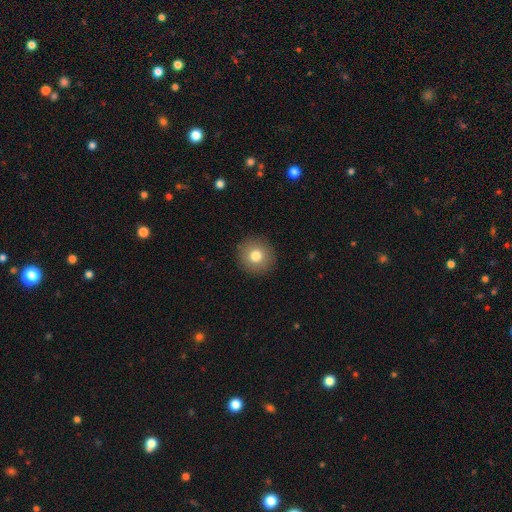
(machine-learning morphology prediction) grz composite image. It shows a smooth galaxy with no disk features (79%) that is round (92%). Merging: none (91%).